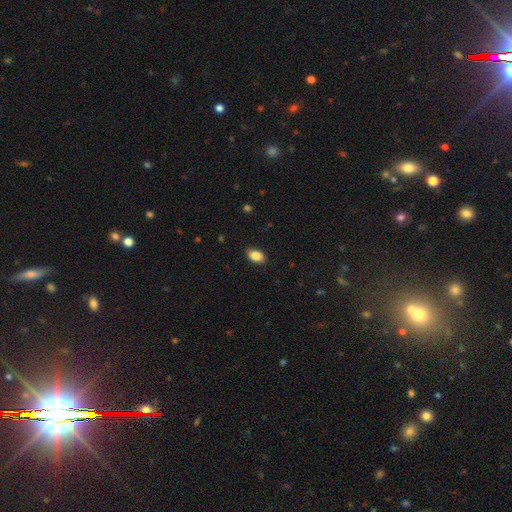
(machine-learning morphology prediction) type=smooth (86%); roundness=in between (88%); merging=none (88%).